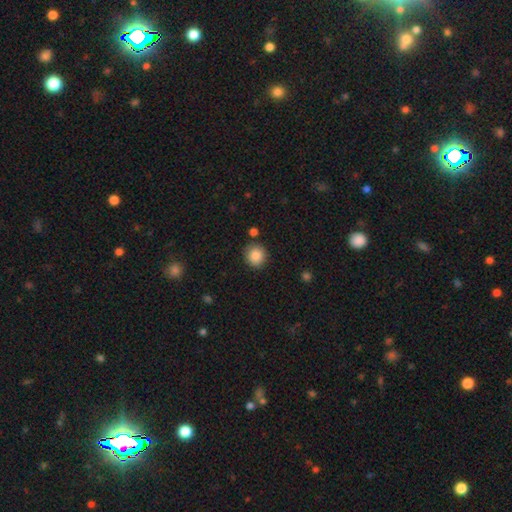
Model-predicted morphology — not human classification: Overall: smooth (87%). How rounded: round (90%). Merging: none (85%).